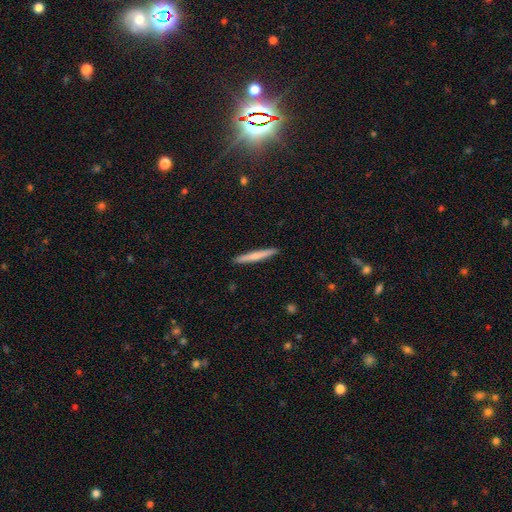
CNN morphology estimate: Smooth or featured: smooth — 66% (featured or disk — 29%)
How rounded: cigar-shaped — 96% (in between — 3%)
Merging: none — 92% (minor disturbance — 6%)